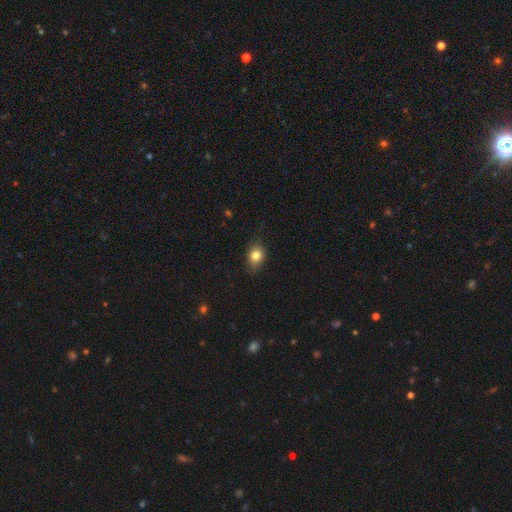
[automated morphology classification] Smooth or featured?
  - smooth: 80% *
  - star or artifact: 10%
  - featured or disk: 9%
How rounded?
  - in between: 61% *
  - round: 37%
  - cigar-shaped: 2%
Merging?
  - none: 76% *
  - minor disturbance: 19%
  - major disturbance: 4%
  - merger: 1%